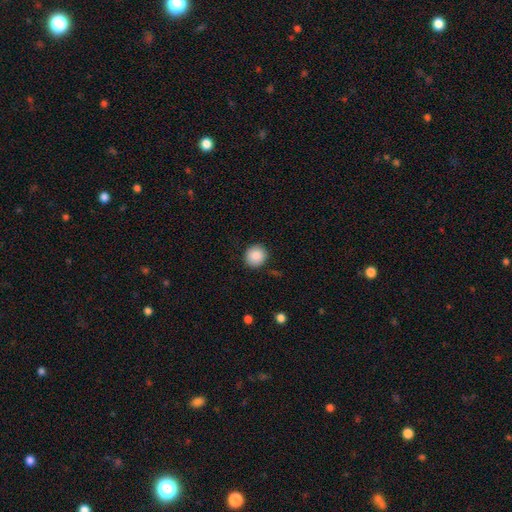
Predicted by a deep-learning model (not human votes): smooth_or_featured: smooth (p=0.88) [alt: star or artifact p=0.08]
how_rounded: round (p=0.88) [alt: in between p=0.11]
merging: none (p=0.89) [alt: minor disturbance p=0.08]